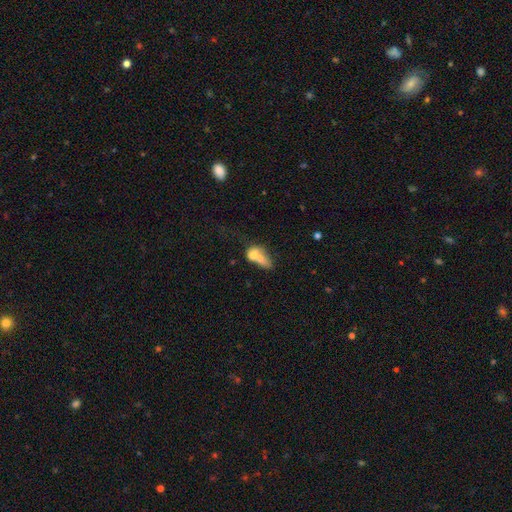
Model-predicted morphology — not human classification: smooth_or_featured: smooth (p=0.63) [alt: featured or disk p=0.27]
how_rounded: in between (p=0.70) [alt: round p=0.24]
merging: merger (p=0.66) [alt: none p=0.15]